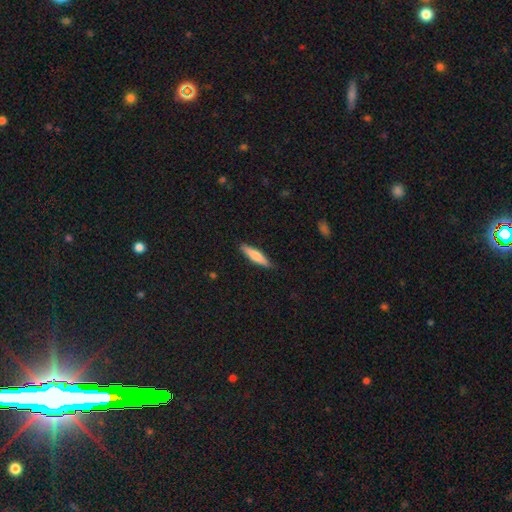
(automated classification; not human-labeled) This is likely a smooth galaxy (68%). How rounded: clearly cigar-shaped (81%). Merging: clearly none (87%).